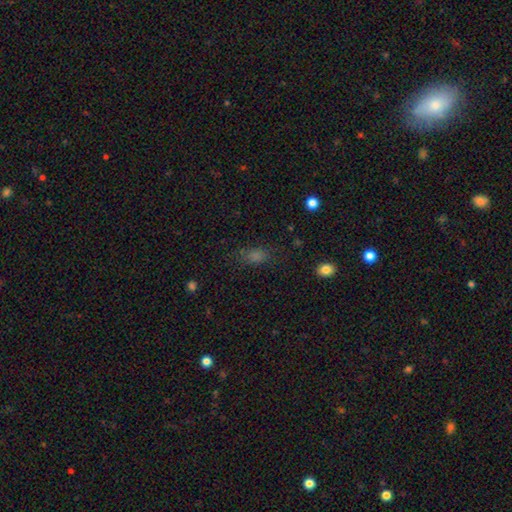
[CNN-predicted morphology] smooth-or-featured: smooth: 61% | star or artifact: 28% | featured or disk: 11%
  how-rounded: in between: 68% | round: 22% | cigar-shaped: 10%
  merging: none: 75% | minor disturbance: 16% | major disturbance: 7% | merger: 2%